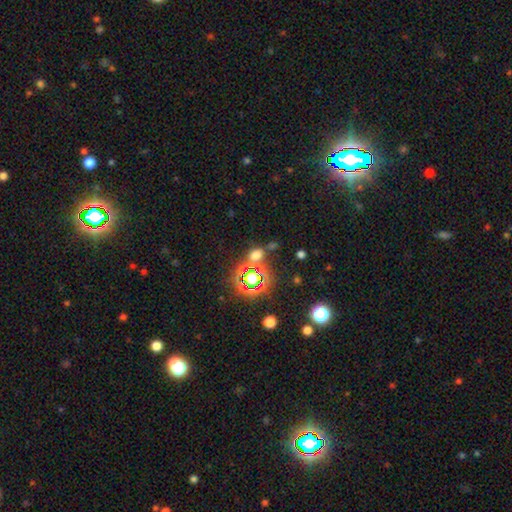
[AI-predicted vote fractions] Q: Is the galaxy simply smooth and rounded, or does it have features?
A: smooth — 50%.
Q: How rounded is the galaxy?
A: in between — 49%.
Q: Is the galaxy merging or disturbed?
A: none — 66%.